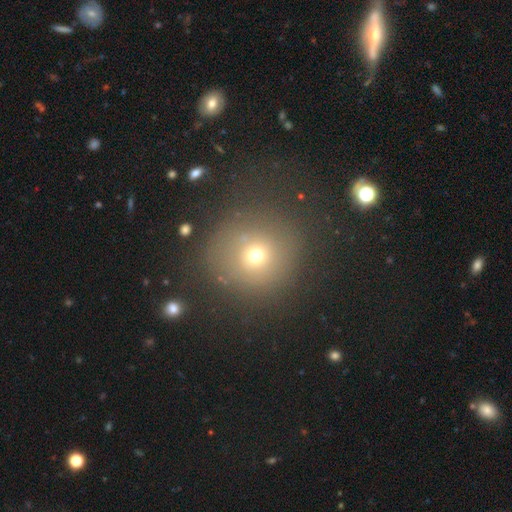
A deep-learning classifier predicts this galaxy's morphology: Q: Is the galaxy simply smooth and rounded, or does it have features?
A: smooth — 68%.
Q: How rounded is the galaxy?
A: round — 90%.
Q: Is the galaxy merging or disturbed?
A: none — 77%.